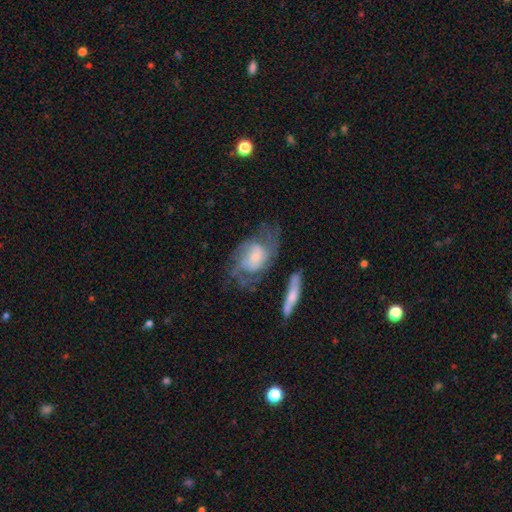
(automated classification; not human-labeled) Smooth or featured: featured or disk — 71% (smooth — 21%)
Edge-on disk: no — 94% (yes — 6%)
Bar: no — 66% (weak — 28%)
Spiral arms: yes — 84% (no — 16%)
Spiral winding: medium — 44% (tight — 33%)
Spiral arm count: can't tell — 36% (2 — 35%)
Bulge size: small — 52% (moderate — 30%)
Merging: none — 48% (major disturbance — 25%)